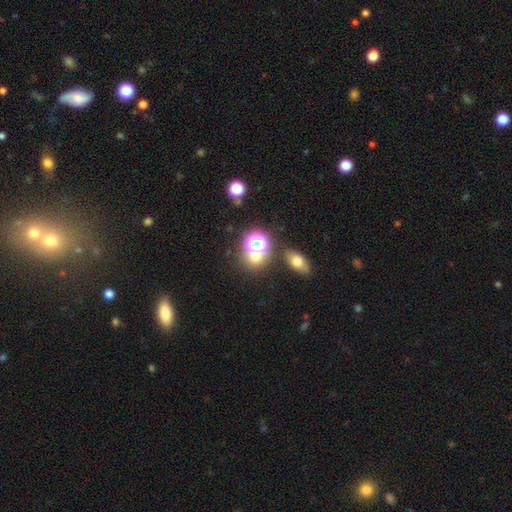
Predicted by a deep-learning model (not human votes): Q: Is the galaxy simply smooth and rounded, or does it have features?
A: smooth — 55%.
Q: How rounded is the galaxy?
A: round — 79%.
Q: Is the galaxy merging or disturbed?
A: none — 64%.